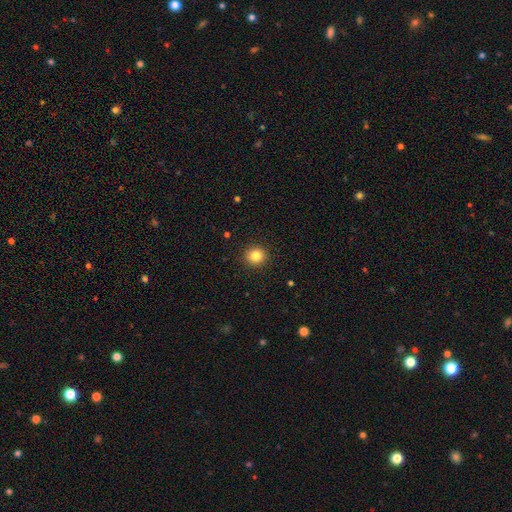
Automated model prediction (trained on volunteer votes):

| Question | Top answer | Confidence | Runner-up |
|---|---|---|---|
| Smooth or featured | smooth | 84% | star or artifact (11%) |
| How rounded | round | 90% | in between (9%) |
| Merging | none | 92% | minor disturbance (5%) |